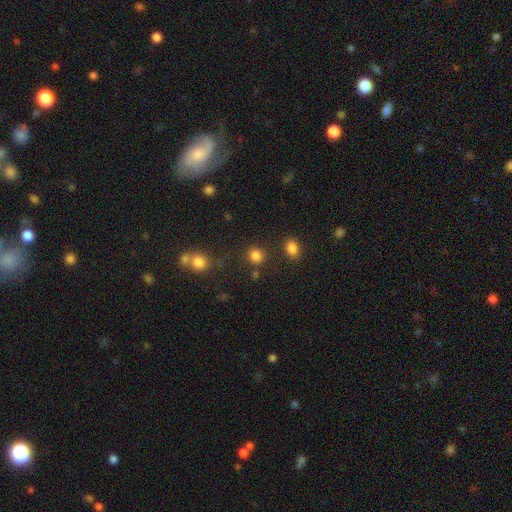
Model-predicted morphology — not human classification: type=smooth (83%); roundness=round (84%); merging=none (79%).